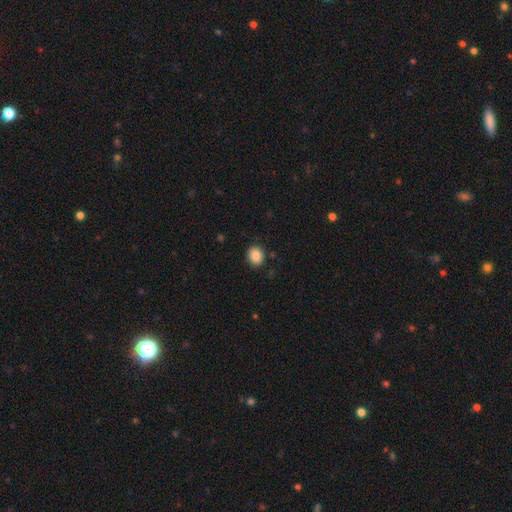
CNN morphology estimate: smooth_or_featured: smooth (p=0.87) [alt: star or artifact p=0.09]
how_rounded: round (p=0.59) [alt: in between p=0.40]
merging: none (p=0.88) [alt: minor disturbance p=0.09]